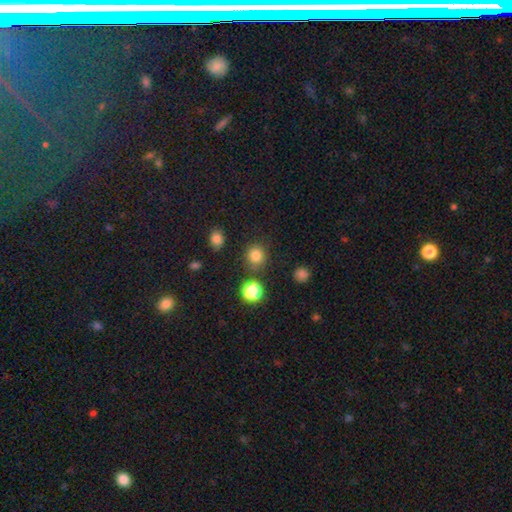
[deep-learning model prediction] Morphology: type=smooth (80%); roundness=round (90%); merging=none (84%).